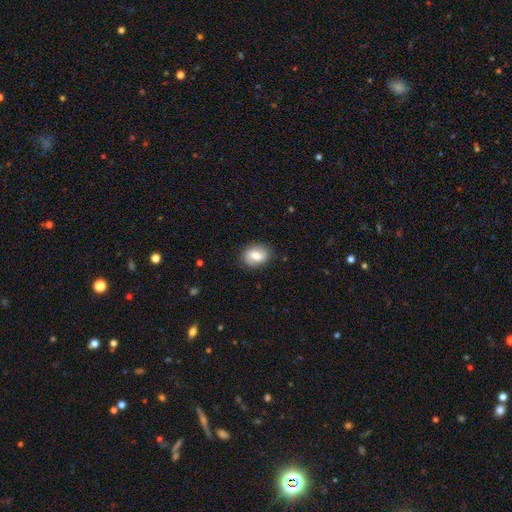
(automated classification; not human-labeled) smooth_or_featured: smooth (p=0.68) [alt: featured or disk p=0.25]
how_rounded: in between (p=0.67) [alt: round p=0.31]
merging: none (p=0.83) [alt: minor disturbance p=0.12]